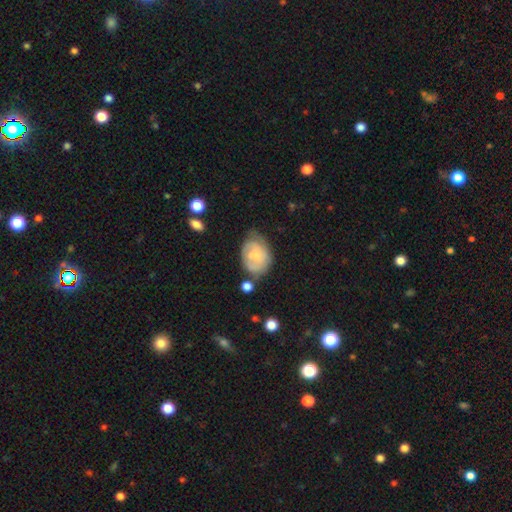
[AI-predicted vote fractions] featured or disk 47%, smooth 46%, star or artifact 7%. Down the decision tree: merging — none (44%).